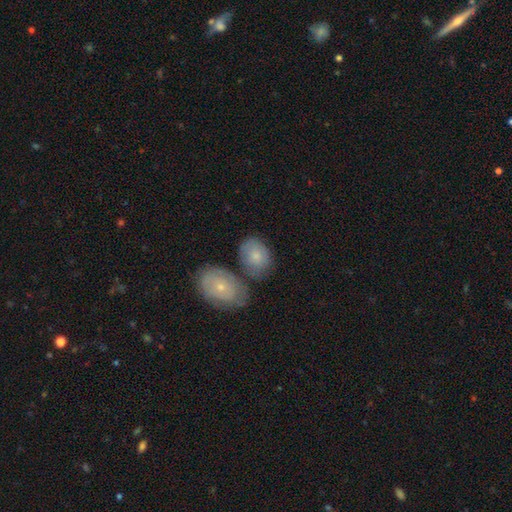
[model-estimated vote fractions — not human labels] Smooth or featured?
  - smooth: 73% *
  - featured or disk: 21%
  - star or artifact: 6%
How rounded?
  - in between: 72% *
  - round: 26%
  - cigar-shaped: 1%
Merging?
  - none: 54% *
  - merger: 23%
  - minor disturbance: 18%
  - major disturbance: 6%